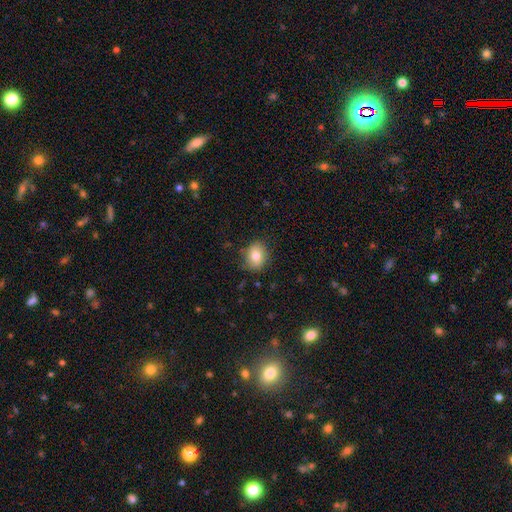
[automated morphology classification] The model was most divided on "how rounded": in between: 52%, round: 47%, cigar-shaped: 1%. More confident: merging — none (81%); smooth or featured — smooth (80%).